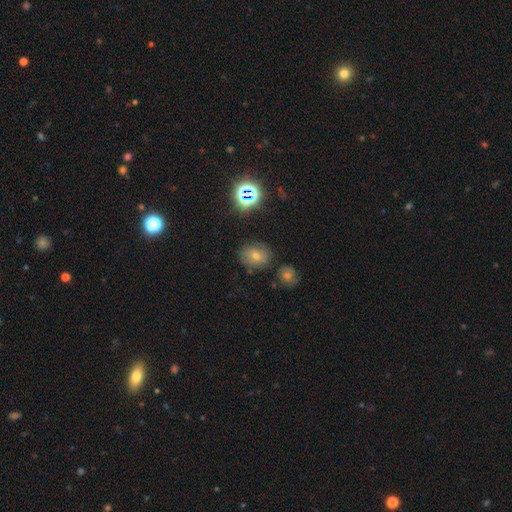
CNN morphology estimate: Smooth or featured? Predicted: smooth (p=0.48). Merging? Predicted: none (p=0.79).